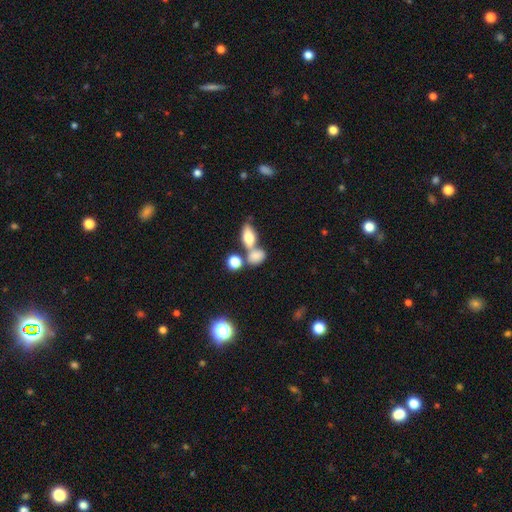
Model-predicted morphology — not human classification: Smooth or featured: smooth — 73% (featured or disk — 16%)
How rounded: in between — 74% (round — 21%)
Merging: merger — 43% (none — 41%)